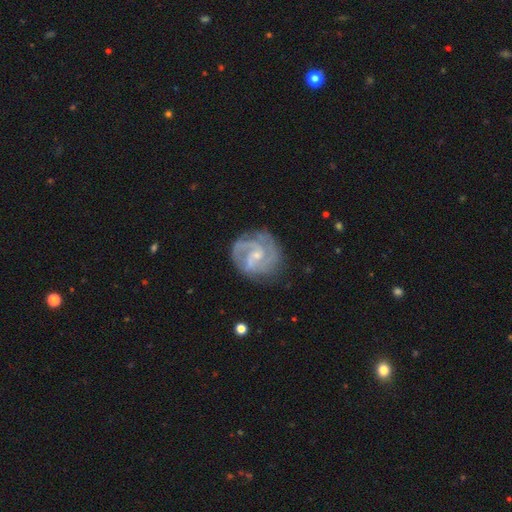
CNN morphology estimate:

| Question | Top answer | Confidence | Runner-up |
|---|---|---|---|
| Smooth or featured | featured or disk | 87% | smooth (8%) |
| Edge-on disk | no | 98% | yes (2%) |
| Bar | weak | 50% | no (38%) |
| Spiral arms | yes | 96% | no (4%) |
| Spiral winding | medium | 48% | tight (41%) |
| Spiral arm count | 2 | 55% | 3 (23%) |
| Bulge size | small | 68% | moderate (25%) |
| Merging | none | 74% | minor disturbance (17%) |